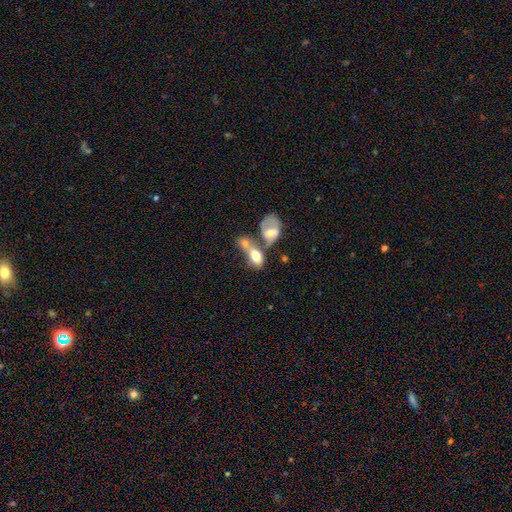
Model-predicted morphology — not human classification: type=smooth (66%); roundness=in between (87%); merging=merger (70%).